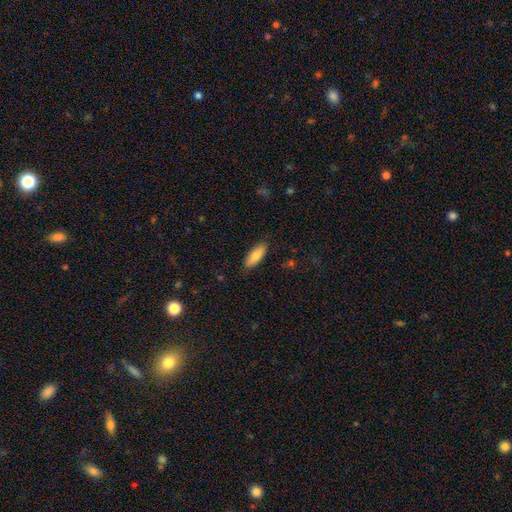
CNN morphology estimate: A smooth galaxy with no disk features (82%) that is in between round and cigar-shaped (67%).

Vote fractions:
- Smooth or featured? smooth: 82% / featured or disk: 12% / star or artifact: 6%
- How rounded? in between: 67% / cigar-shaped: 31% / round: 2%
- Merging? none: 86% / minor disturbance: 11% / major disturbance: 2% / merger: 1%